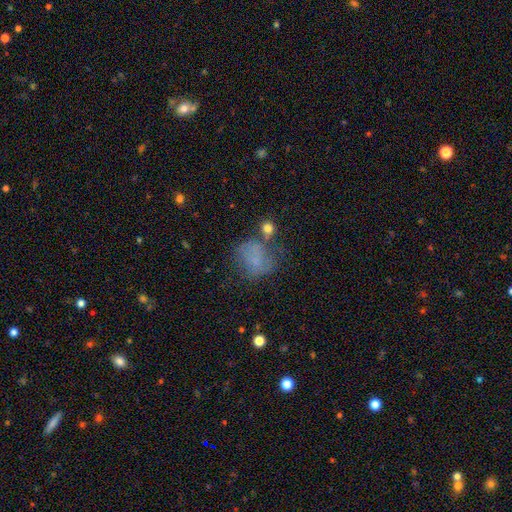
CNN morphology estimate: Smooth or featured?
  - smooth: 47% *
  - featured or disk: 31%
  - star or artifact: 23%
Merging?
  - none: 50% *
  - minor disturbance: 23%
  - major disturbance: 17%
  - merger: 10%